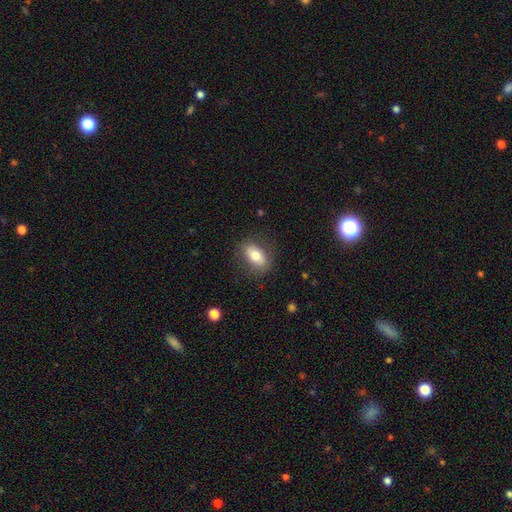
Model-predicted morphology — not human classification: Smooth or featured? smooth (73%)
How rounded? in between (86%)
Merging? none (81%)